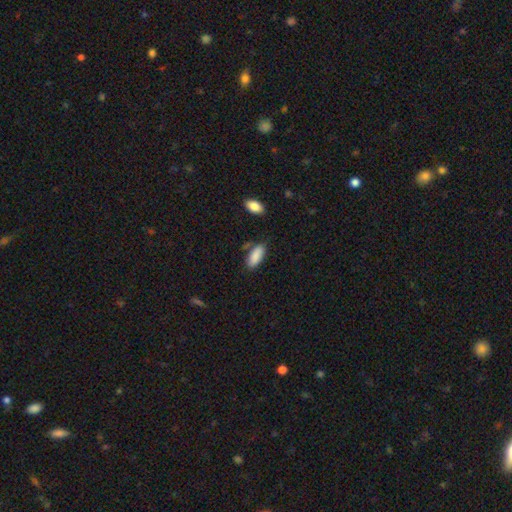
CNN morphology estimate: The model was most divided on "merging": none: 74%, minor disturbance: 17%, merger: 6%, major disturbance: 4%. More confident: smooth or featured — smooth (89%); how rounded — in between (83%).